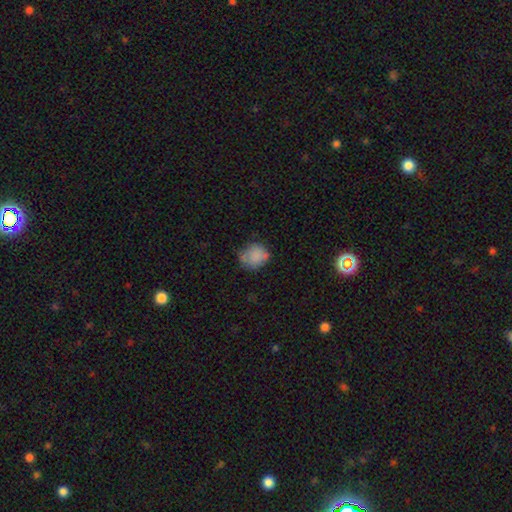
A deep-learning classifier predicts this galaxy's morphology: smooth 80%, featured or disk 12%, star or artifact 9%. Down the decision tree: how rounded — round (68%); merging — none (58%).